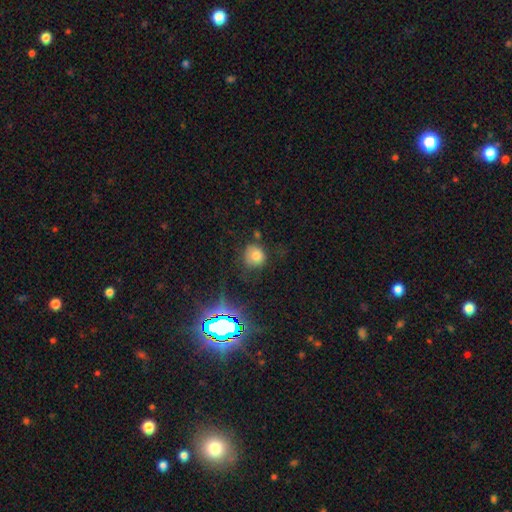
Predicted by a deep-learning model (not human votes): The model was most divided on "merging": none: 66%, minor disturbance: 21%, major disturbance: 9%, merger: 5%. More confident: how rounded — round (83%); smooth or featured — smooth (73%).